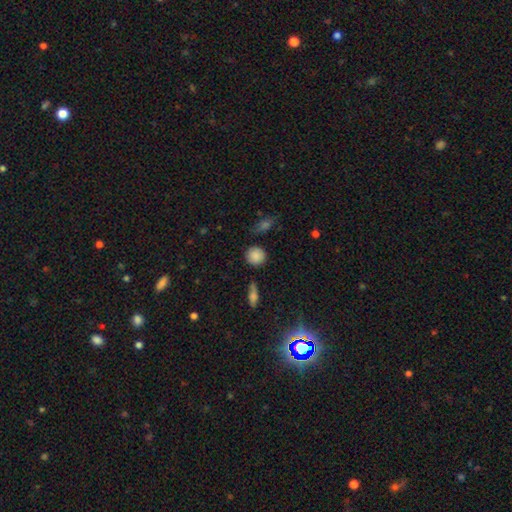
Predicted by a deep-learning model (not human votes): Smooth or featured?
  - smooth: 84% *
  - star or artifact: 10%
  - featured or disk: 6%
How rounded?
  - round: 89% *
  - in between: 10%
  - cigar-shaped: 2%
Merging?
  - none: 82% *
  - minor disturbance: 12%
  - major disturbance: 3%
  - merger: 3%